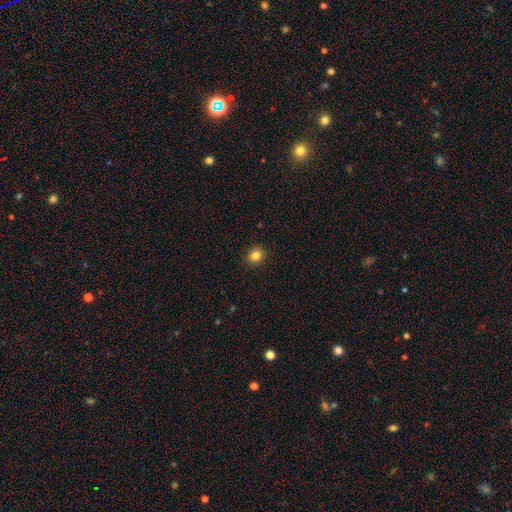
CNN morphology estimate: Overall: smooth (83%). How rounded: round (72%). Merging: none (91%).